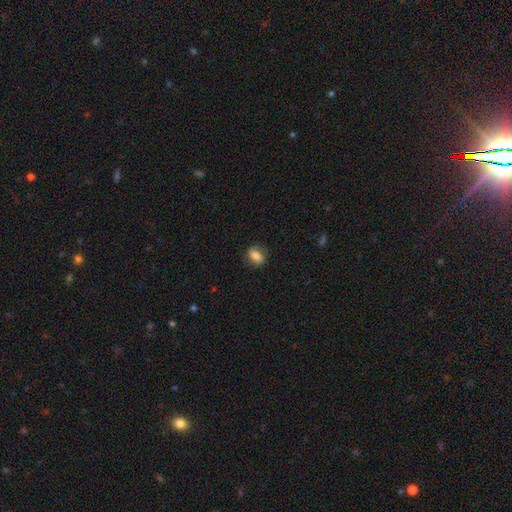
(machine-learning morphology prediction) type=smooth (68%); roundness=in between (77%); merging=none (77%).